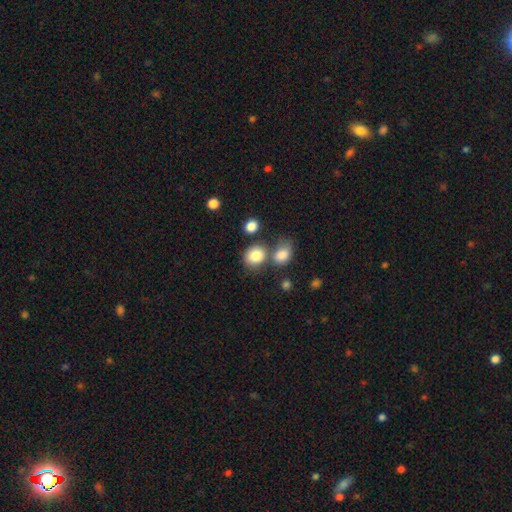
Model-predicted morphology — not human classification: Smooth or featured? Predicted: smooth (p=0.84). How rounded? Predicted: round (p=0.65). Merging? Predicted: none (p=0.58).